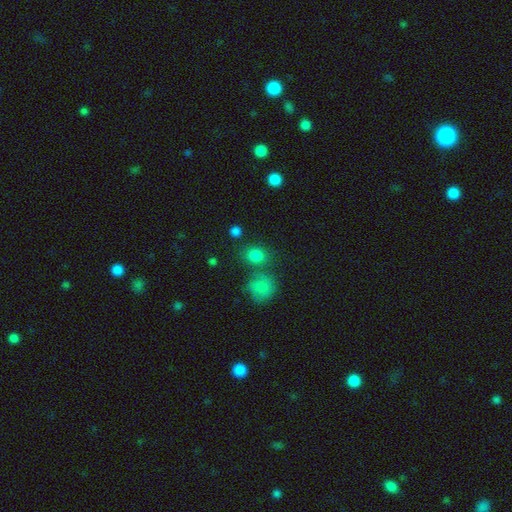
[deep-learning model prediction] Q: Smooth or featured?
A: smooth (83%); runner-up: star or artifact (11%)
Q: How rounded?
A: round (65%); runner-up: in between (33%)
Q: Merging?
A: none (65%); runner-up: merger (19%)